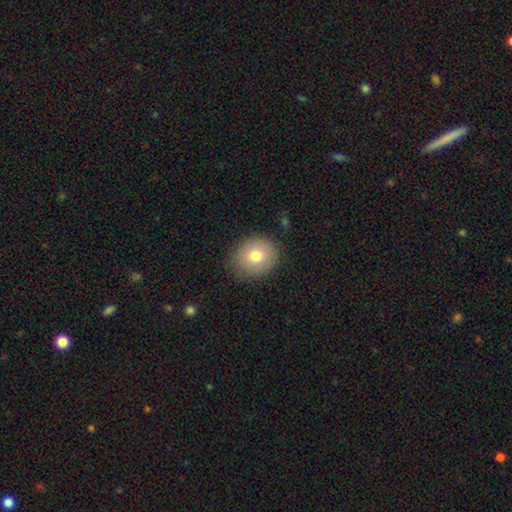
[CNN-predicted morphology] This appears to be a smooth galaxy with no disk features (76%) that is round (73%). Merging: none (81%).